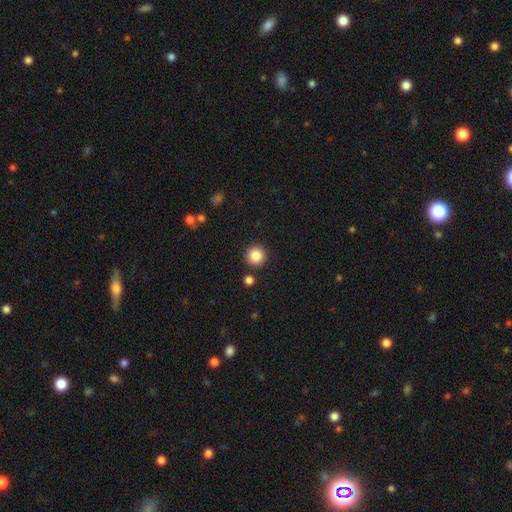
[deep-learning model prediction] smooth 85%, star or artifact 10%, featured or disk 4%. Down the decision tree: how rounded — round (95%); merging — none (90%).